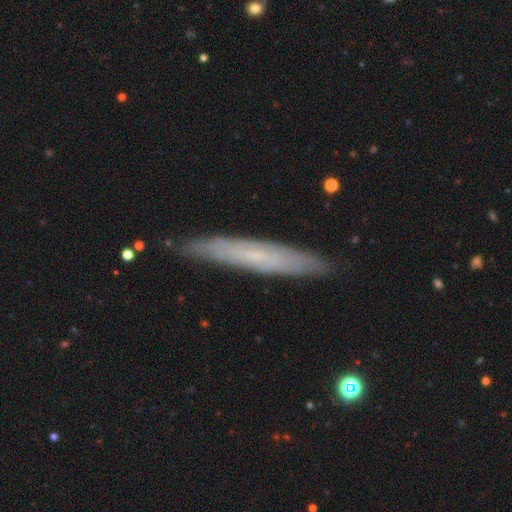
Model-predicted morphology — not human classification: The model was most divided on "smooth or featured": featured or disk: 57%, smooth: 36%, star or artifact: 7%. More confident: merging — none (86%); edge-on disk — yes (69%).